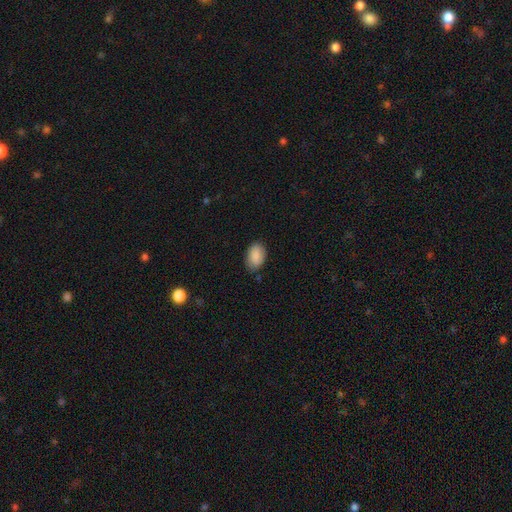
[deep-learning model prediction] smooth-or-featured: smooth: 89% | star or artifact: 7% | featured or disk: 4%
  how-rounded: in between: 91% | round: 8% | cigar-shaped: 1%
  merging: none: 79% | minor disturbance: 17% | major disturbance: 3% | merger: 1%